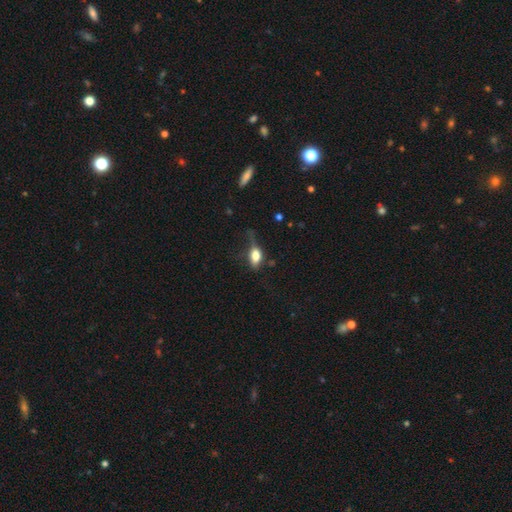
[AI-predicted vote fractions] The model was most divided on "merging": none: 34%, major disturbance: 32%, minor disturbance: 31%, merger: 4%. More confident: how rounded — in between (80%); smooth or featured — smooth (72%).